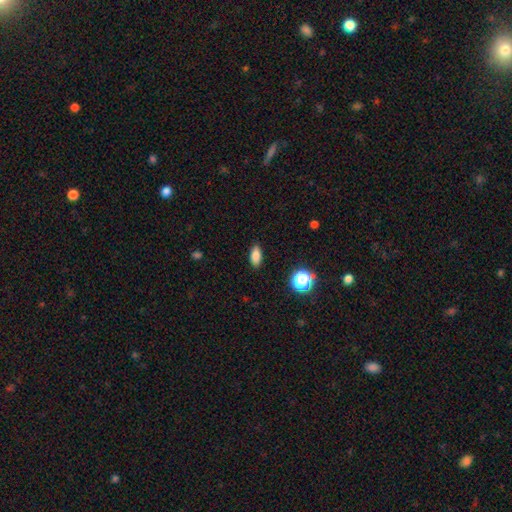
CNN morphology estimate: Overall: smooth (83%). How rounded: in between (83%). Merging: none (88%).